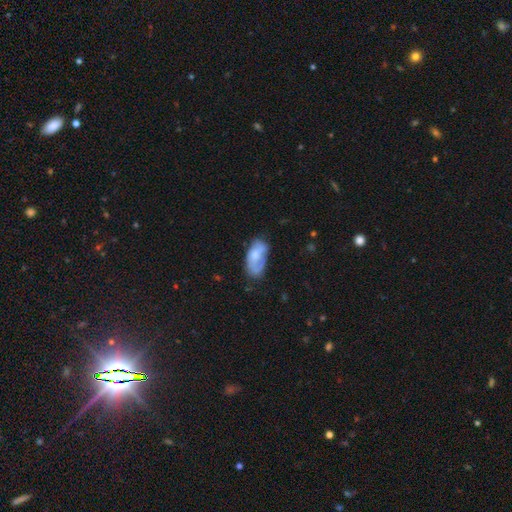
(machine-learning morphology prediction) type=smooth (57%); roundness=in between (93%); merging=none (45%).